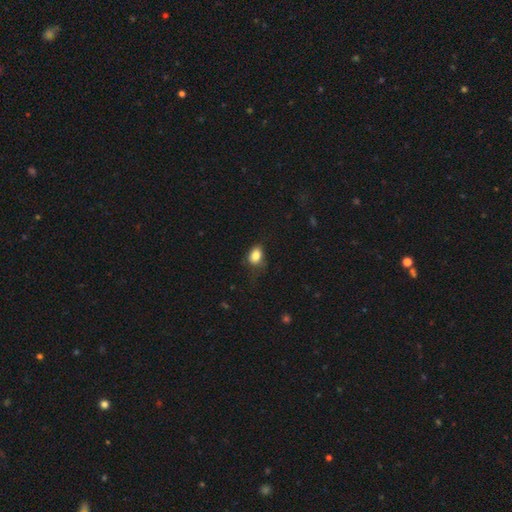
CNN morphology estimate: Overall: smooth (84%). How rounded: in between (76%). Merging: none (58%; minor disturbance 28%).